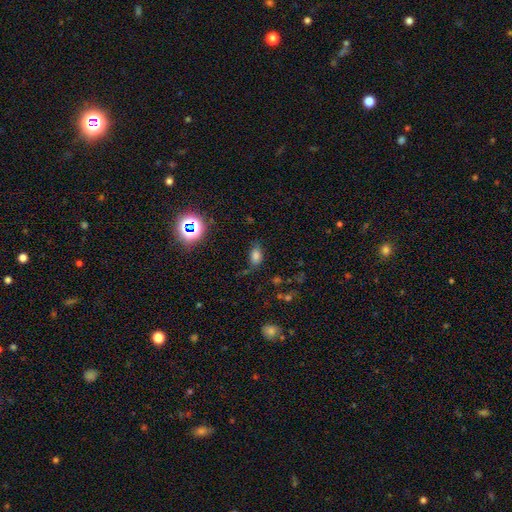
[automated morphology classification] smooth-or-featured: smooth: 74% | star or artifact: 19% | featured or disk: 7%
  how-rounded: in between: 88% | round: 10% | cigar-shaped: 2%
  merging: none: 65% | minor disturbance: 23% | major disturbance: 9% | merger: 3%